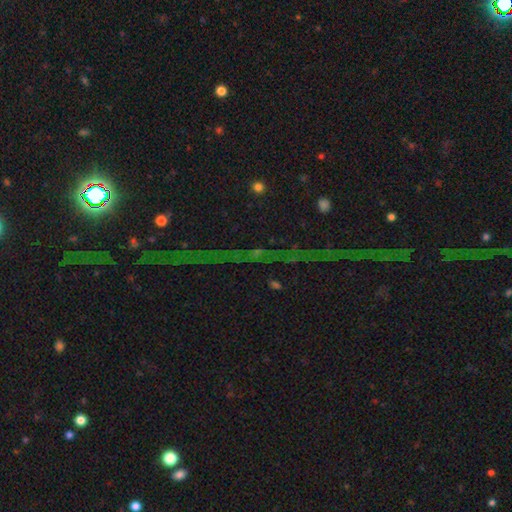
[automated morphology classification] This appears to be a star or artifact, not a galaxy (81%).